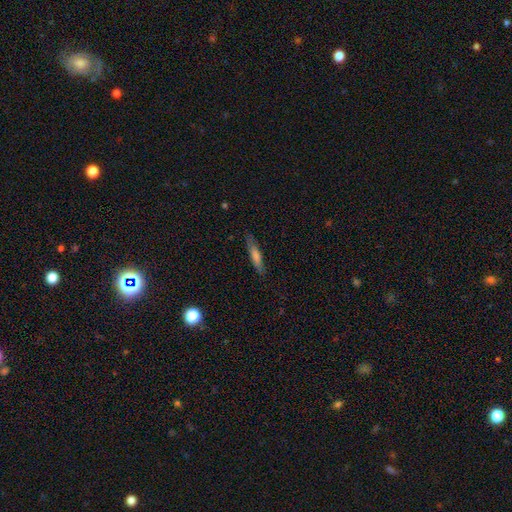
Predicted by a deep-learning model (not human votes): Smooth or featured?
  - smooth: 60% *
  - featured or disk: 32%
  - star or artifact: 8%
How rounded?
  - cigar-shaped: 86% *
  - in between: 12%
  - round: 2%
Merging?
  - none: 83% *
  - minor disturbance: 13%
  - major disturbance: 3%
  - merger: 1%